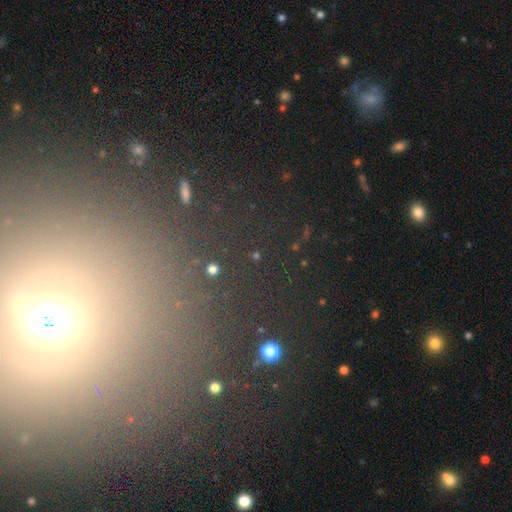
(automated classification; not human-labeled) This is likely a star or artifact rather than a galaxy (65%).